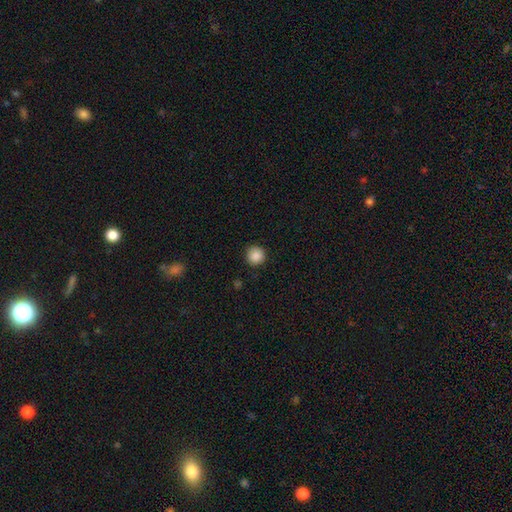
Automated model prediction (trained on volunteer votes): Smooth or featured: smooth — 87% (star or artifact — 10%)
How rounded: round — 94% (in between — 5%)
Merging: none — 90% (minor disturbance — 7%)